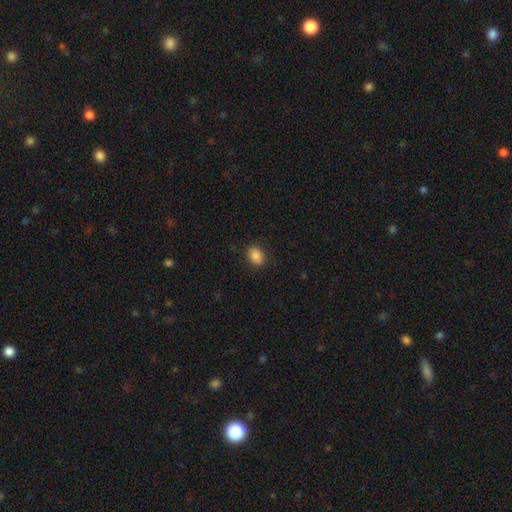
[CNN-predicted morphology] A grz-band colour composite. It shows a smooth galaxy with no disk features (87%) that is in between round and cigar-shaped (74%). Merging: none (88%).